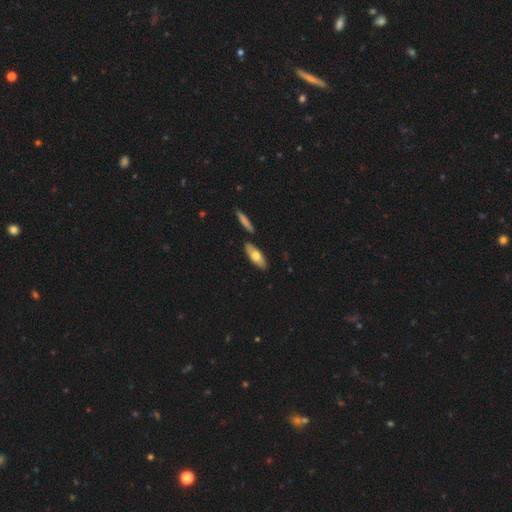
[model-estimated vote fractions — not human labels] This is likely a smooth galaxy (65%). How rounded: likely in between (67%). Merging: clearly none (81%).